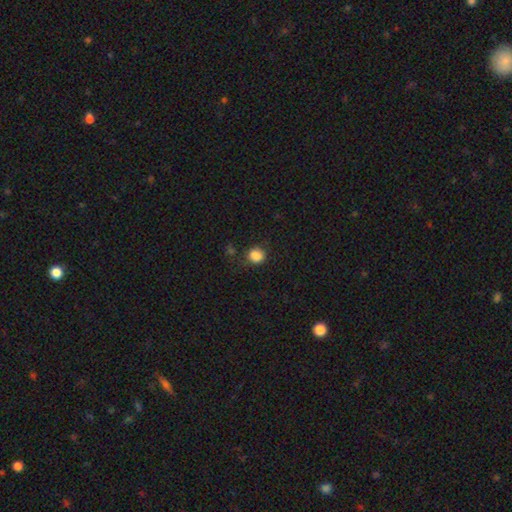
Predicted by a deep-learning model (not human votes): smooth 86%, star or artifact 11%, featured or disk 4%. Down the decision tree: how rounded — round (75%); merging — none (76%).